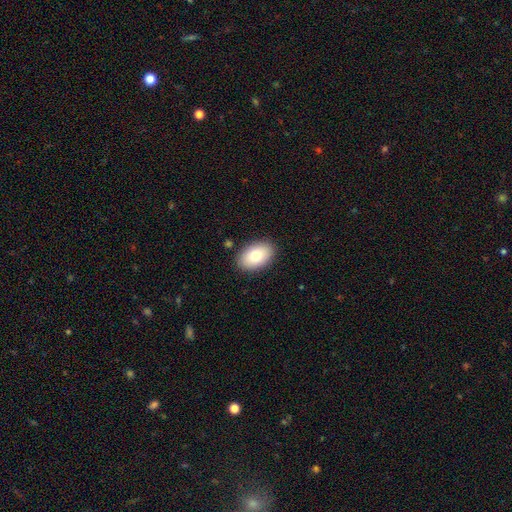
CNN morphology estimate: Smooth or featured? Predicted: smooth (p=0.79). How rounded? Predicted: in between (p=0.90). Merging? Predicted: none (p=0.88).